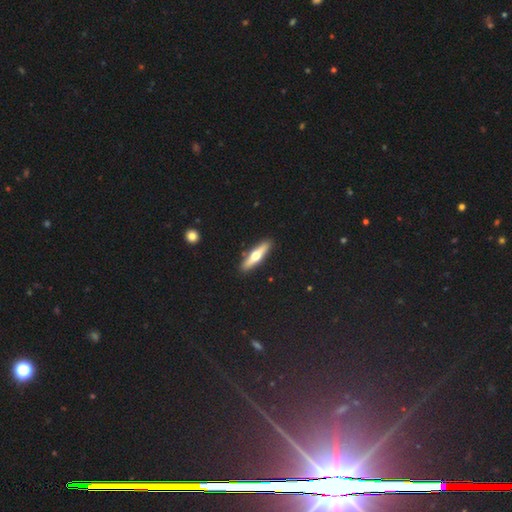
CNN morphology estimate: Smooth or featured?
  - featured or disk: 53% *
  - smooth: 42%
  - star or artifact: 5%
Edge-on disk?
  - yes: 92% *
  - no: 8%
Merging?
  - none: 90% *
  - minor disturbance: 7%
  - merger: 2%
  - major disturbance: 2%